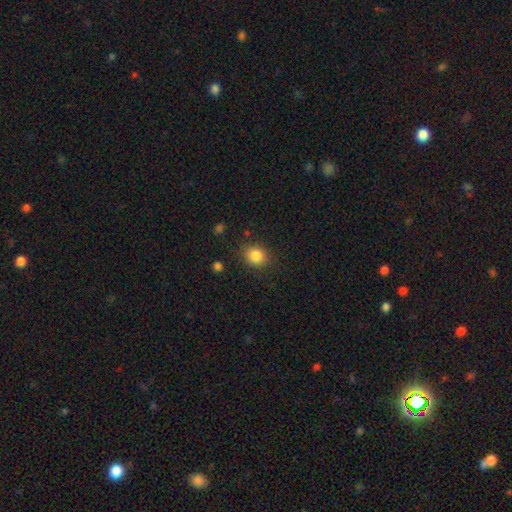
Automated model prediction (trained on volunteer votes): smooth-or-featured: smooth: 85% | star or artifact: 10% | featured or disk: 5%
  how-rounded: round: 74% | in between: 26% | cigar-shaped: 1%
  merging: none: 84% | minor disturbance: 10% | major disturbance: 3% | merger: 2%